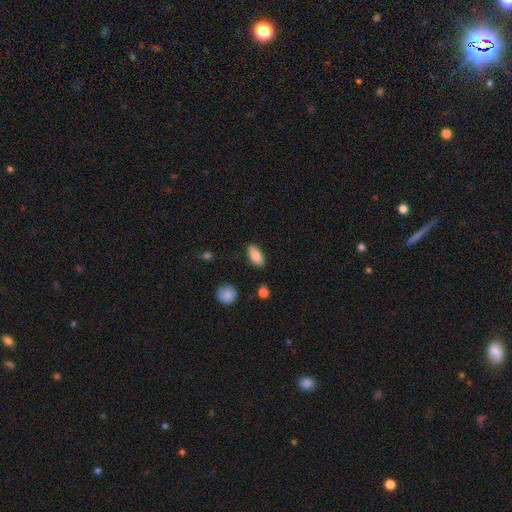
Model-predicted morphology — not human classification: This appears to be a smooth galaxy with no disk features (84%) that is in between round and cigar-shaped (87%). Merging: none (85%).